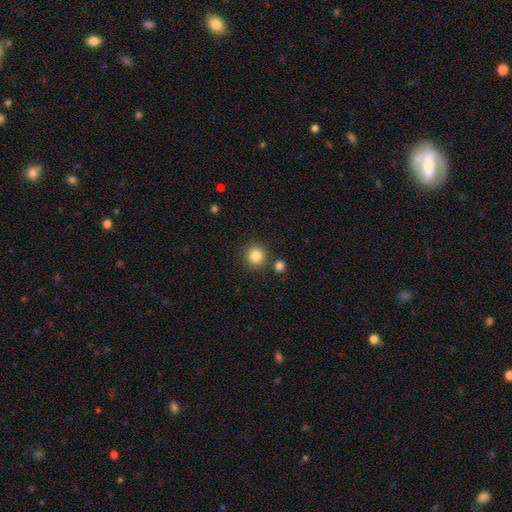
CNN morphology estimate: A smooth galaxy with no disk features (84%) that is round (93%). Merging: none (83%).